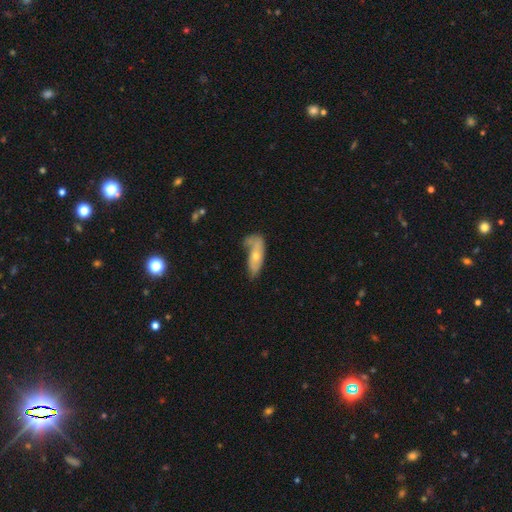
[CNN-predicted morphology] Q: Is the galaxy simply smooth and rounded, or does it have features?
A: smooth — 56%.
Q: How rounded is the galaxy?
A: in between — 67%.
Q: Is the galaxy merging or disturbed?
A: none — 38%.